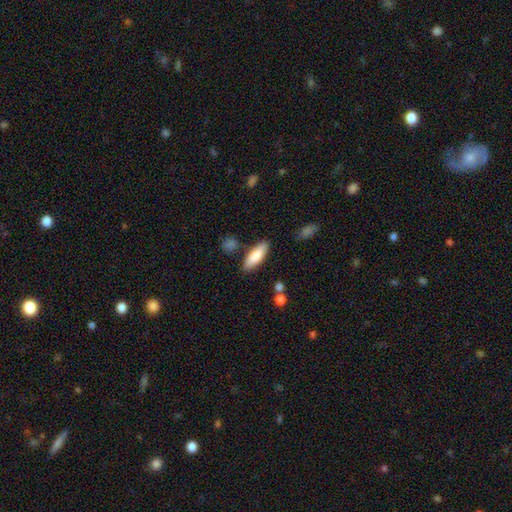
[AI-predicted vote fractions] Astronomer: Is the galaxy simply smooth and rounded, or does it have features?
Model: smooth — 81%.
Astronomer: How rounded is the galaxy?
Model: in between — 60% (runner-up: cigar-shaped, 38%).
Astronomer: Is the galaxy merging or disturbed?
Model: none — 82%.